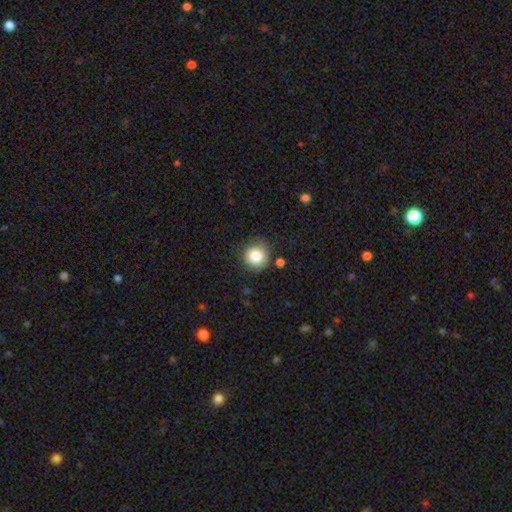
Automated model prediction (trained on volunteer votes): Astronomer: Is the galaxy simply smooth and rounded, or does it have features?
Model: smooth — 83%.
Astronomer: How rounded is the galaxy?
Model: round — 92%.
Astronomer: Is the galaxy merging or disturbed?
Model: none — 83%.